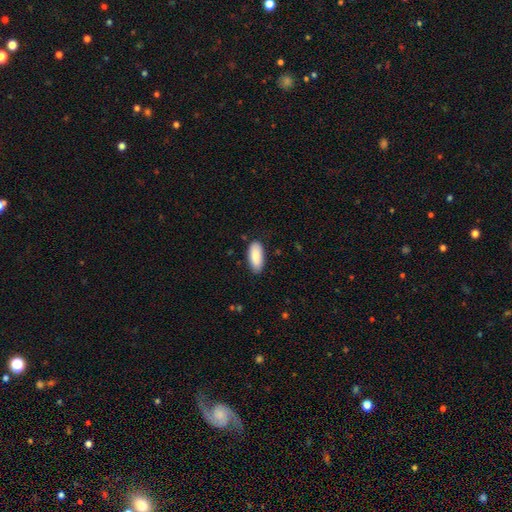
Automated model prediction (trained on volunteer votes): smooth-or-featured: smooth: 85% | featured or disk: 9% | star or artifact: 6%
  how-rounded: in between: 87% | cigar-shaped: 11% | round: 2%
  merging: none: 81% | minor disturbance: 15% | major disturbance: 2% | merger: 1%